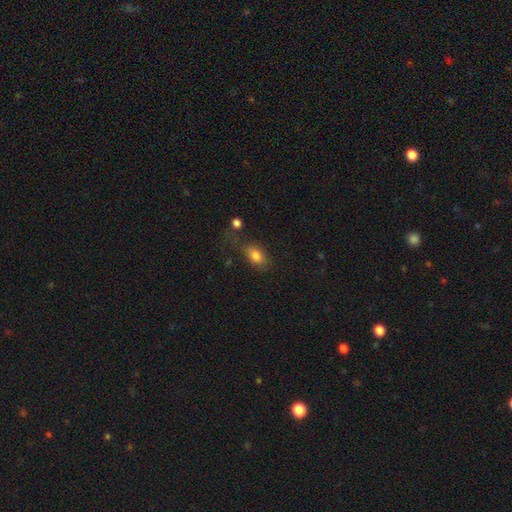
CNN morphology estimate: type=smooth (80%); roundness=in between (80%); merging=none (63%).